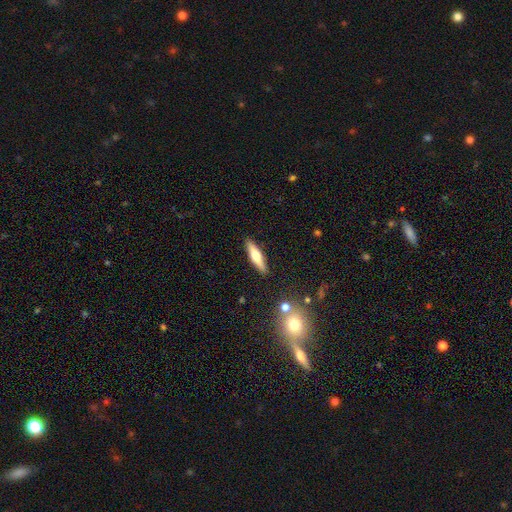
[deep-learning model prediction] This appears to be a smooth galaxy with no disk features (50%) that is cigar-shaped (77%). Merging: none (89%).